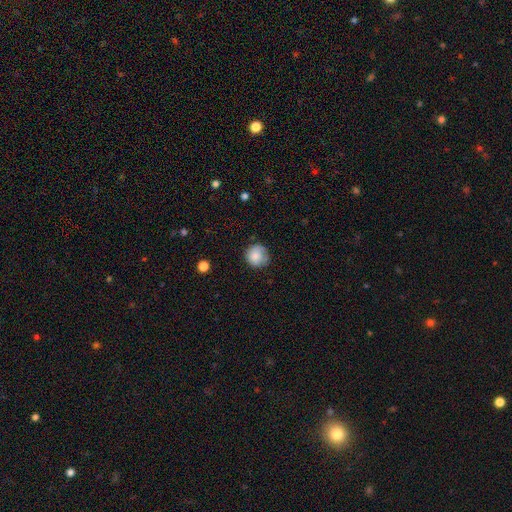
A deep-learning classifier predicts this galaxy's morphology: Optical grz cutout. It shows a smooth galaxy with no disk features (80%) that is round (91%). Merging: none (70%).